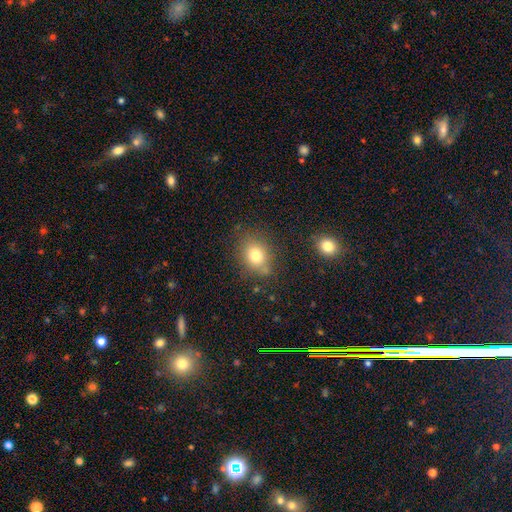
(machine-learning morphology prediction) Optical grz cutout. It shows a smooth galaxy with no disk features (77%) that is in between round and cigar-shaped (52%). Merging: none (75%).